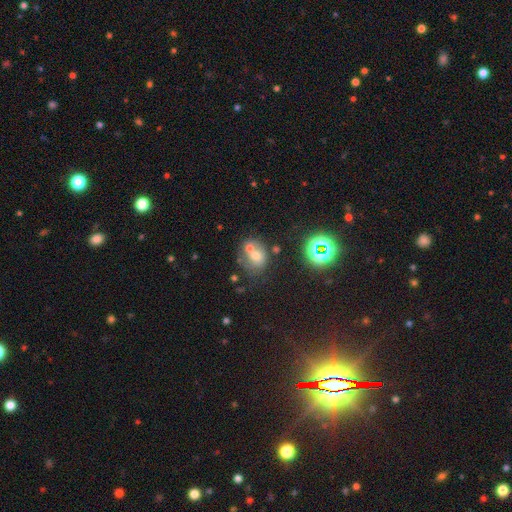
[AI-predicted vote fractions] Q: Smooth or featured?
A: smooth (58%); runner-up: featured or disk (24%)
Q: How rounded?
A: round (58%); runner-up: in between (41%)
Q: Merging?
A: merger (48%); runner-up: none (33%)